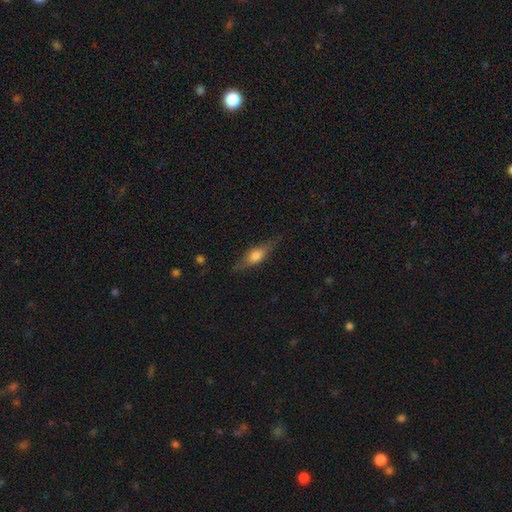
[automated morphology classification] Q: Smooth or featured?
A: smooth (49%); runner-up: featured or disk (43%)
Q: Merging?
A: none (77%); runner-up: minor disturbance (17%)